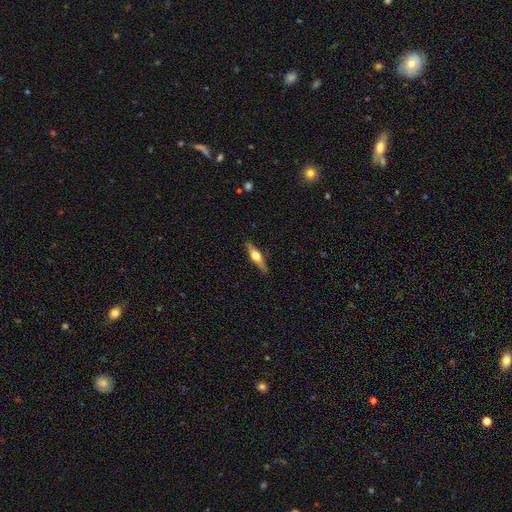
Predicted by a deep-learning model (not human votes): Smooth or featured? featured or disk (60%)
Edge-on disk? yes (95%)
Edge-on bulge? rounded (93%)
Merging? none (87%)